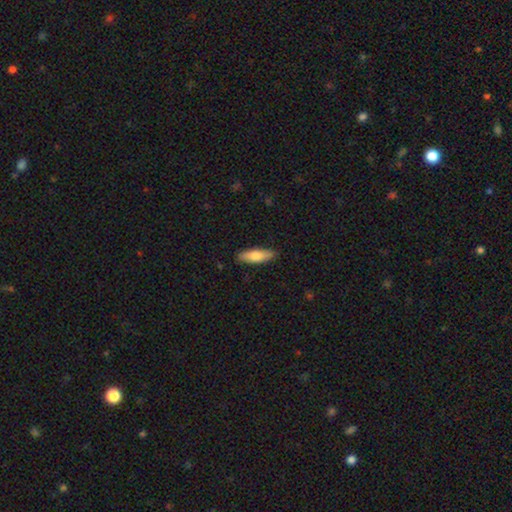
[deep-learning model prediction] Morphology: type=smooth (73%); roundness=cigar-shaped (52%); merging=none (87%).